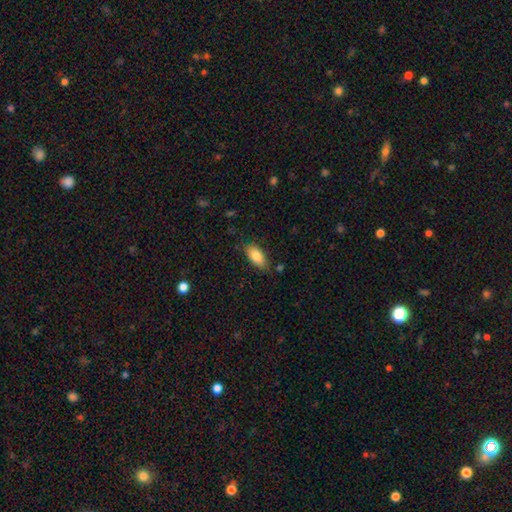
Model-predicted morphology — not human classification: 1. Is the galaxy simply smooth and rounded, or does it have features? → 83% smooth, 10% featured or disk, 7% star or artifact.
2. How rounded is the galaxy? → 89% in between, 8% cigar-shaped, 3% round.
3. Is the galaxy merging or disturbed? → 78% none, 17% minor disturbance, 3% major disturbance, 2% merger.